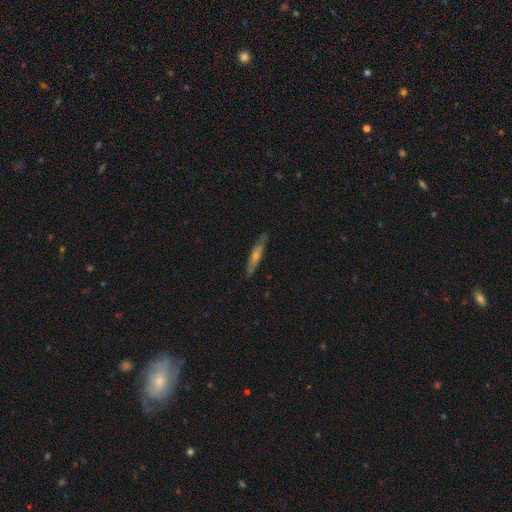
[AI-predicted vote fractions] Smooth or featured? Predicted: featured or disk (p=0.57). Edge-on disk? Predicted: yes (p=0.84). Merging? Predicted: none (p=0.85).